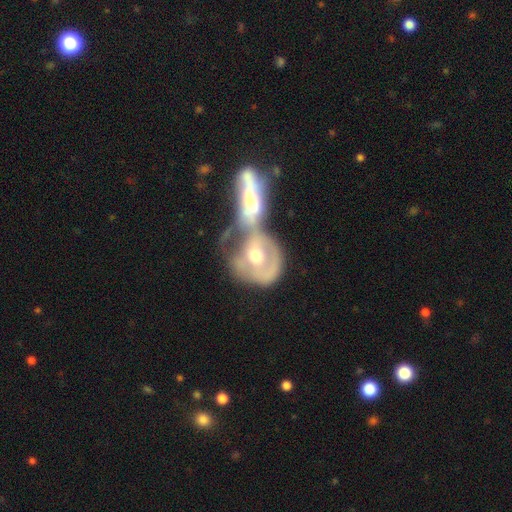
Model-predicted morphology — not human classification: Smooth or featured?
  - featured or disk: 64% *
  - smooth: 30%
  - star or artifact: 7%
Edge-on disk?
  - no: 92% *
  - yes: 8%
Bar?
  - no: 67% *
  - weak: 22%
  - strong: 12%
Spiral arms?
  - no: 57% *
  - yes: 43%
Bulge size?
  - moderate: 73% *
  - small: 13%
  - large: 10%
  - none: 3%
  - dominant: 2%
Merging?
  - merger: 65% *
  - none: 15%
  - major disturbance: 11%
  - minor disturbance: 9%